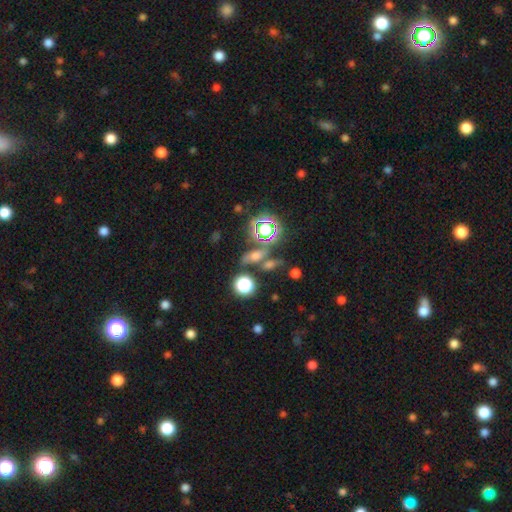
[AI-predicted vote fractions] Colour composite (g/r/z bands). It shows a smooth galaxy with no disk features (45%). Merging: none (62%).